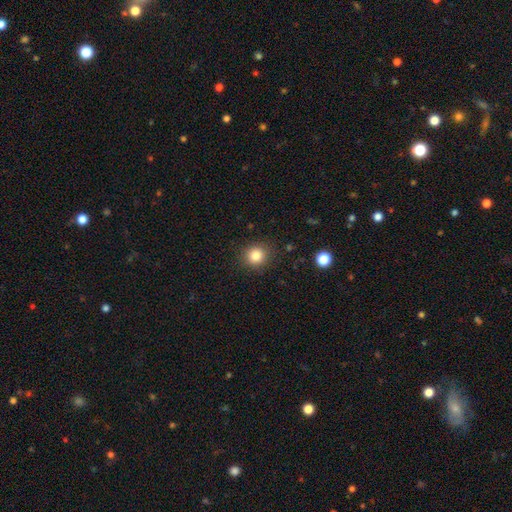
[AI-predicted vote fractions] A smooth galaxy with no disk features (83%) that is round (87%).

Vote fractions:
- Smooth or featured? smooth: 83% / star or artifact: 11% / featured or disk: 6%
- How rounded? round: 87% / in between: 12% / cigar-shaped: 1%
- Merging? none: 88% / minor disturbance: 8% / major disturbance: 3% / merger: 1%